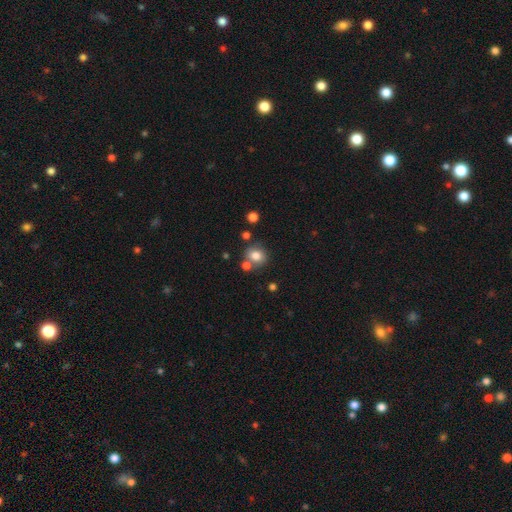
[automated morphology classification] Smooth or featured? Predicted: smooth (p=0.79). How rounded? Predicted: round (p=0.71). Merging? Predicted: none (p=0.66).